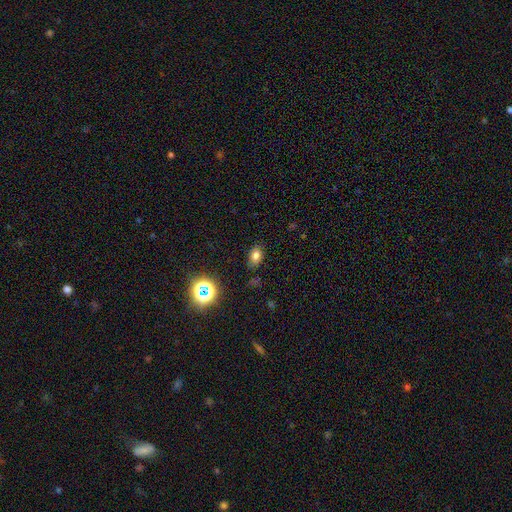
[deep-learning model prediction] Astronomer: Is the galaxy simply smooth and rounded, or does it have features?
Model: smooth — 74%.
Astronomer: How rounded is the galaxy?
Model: in between — 79%.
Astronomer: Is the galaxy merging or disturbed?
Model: none — 80%.